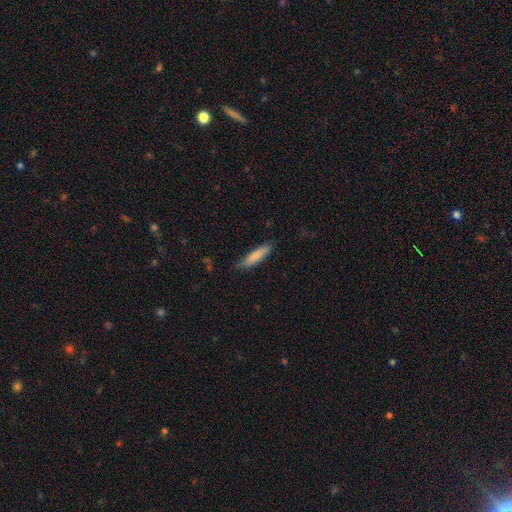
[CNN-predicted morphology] Smooth or featured? smooth (81%)
How rounded? cigar-shaped (76%)
Merging? none (81%)